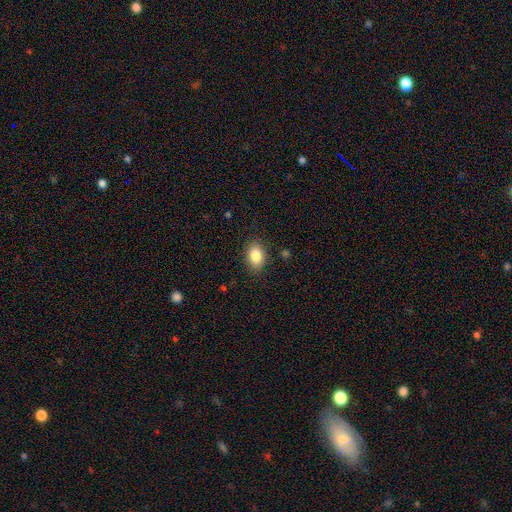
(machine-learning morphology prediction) Overall: smooth (85%). How rounded: in between (84%). Merging: none (85%).